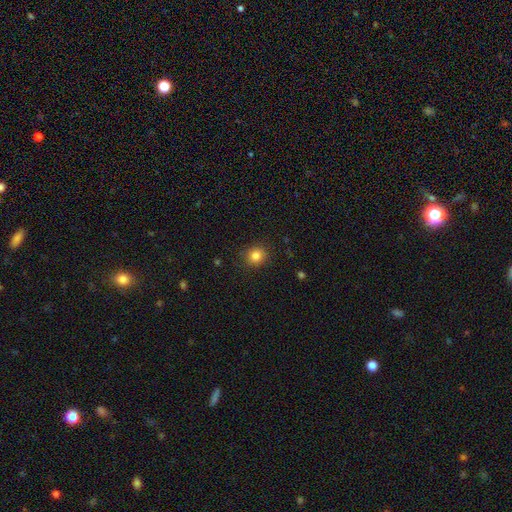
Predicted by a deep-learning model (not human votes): Smooth or featured? Predicted: smooth (p=0.84). How rounded? Predicted: round (p=0.83). Merging? Predicted: none (p=0.88).